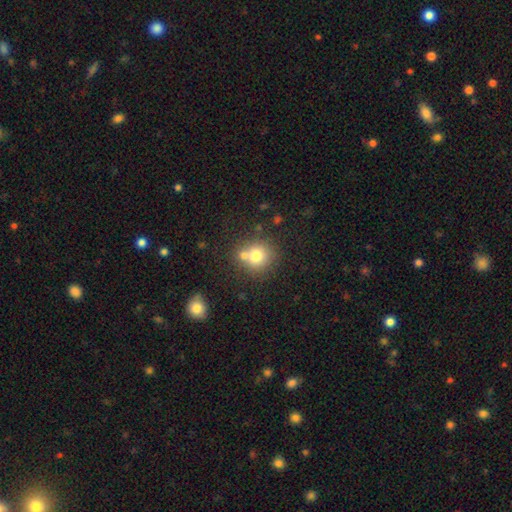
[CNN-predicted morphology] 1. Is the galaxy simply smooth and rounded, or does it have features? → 74% smooth, 14% featured or disk, 12% star or artifact.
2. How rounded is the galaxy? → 88% round, 11% in between, 1% cigar-shaped.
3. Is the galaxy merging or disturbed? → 57% none, 30% merger, 9% minor disturbance, 3% major disturbance.